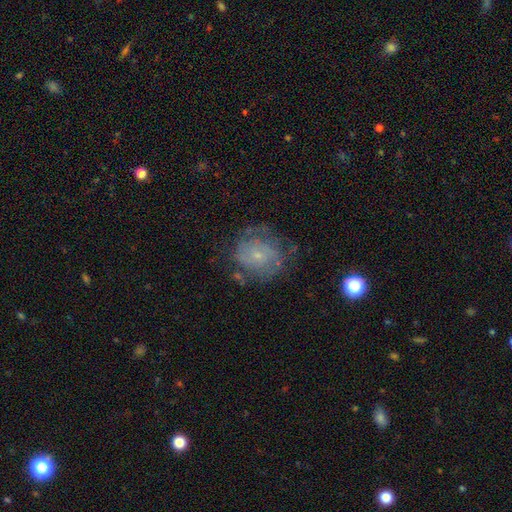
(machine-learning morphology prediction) A featured or disk galaxy (61%) with no bar (75%), spiral arms (74%) and a small central bulge (75%).

Vote fractions:
- Smooth or featured? featured or disk: 61% / smooth: 29% / star or artifact: 10%
- Edge-on disk? no: 97% / yes: 3%
- Bar? no: 75% / weak: 22% / strong: 4%
- Spiral arms? yes: 74% / no: 26%
- Bulge size? small: 75% / moderate: 18% / none: 5% / large: 1% / dominant: 1%
- Merging? none: 60% / minor disturbance: 22% / major disturbance: 15% / merger: 3%